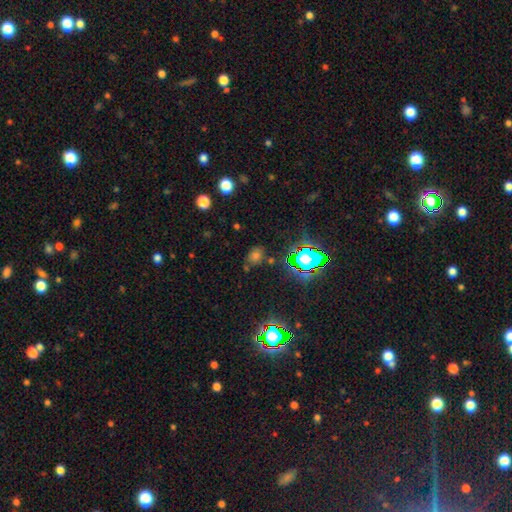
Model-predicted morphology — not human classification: Smooth or featured? Predicted: star or artifact (p=0.48).